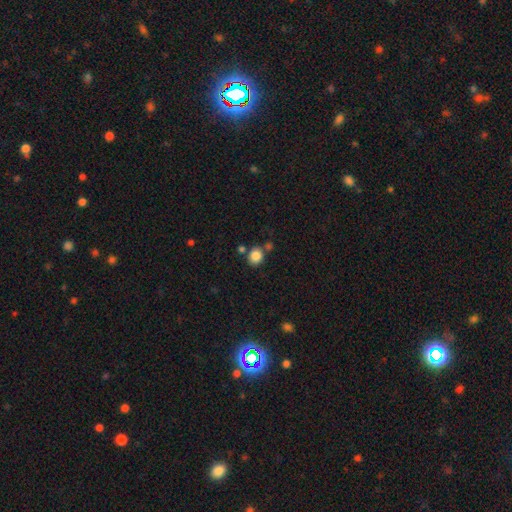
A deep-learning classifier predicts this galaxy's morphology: This appears to be a smooth galaxy with no disk features (85%) that is round (76%). Merging: none (70%).